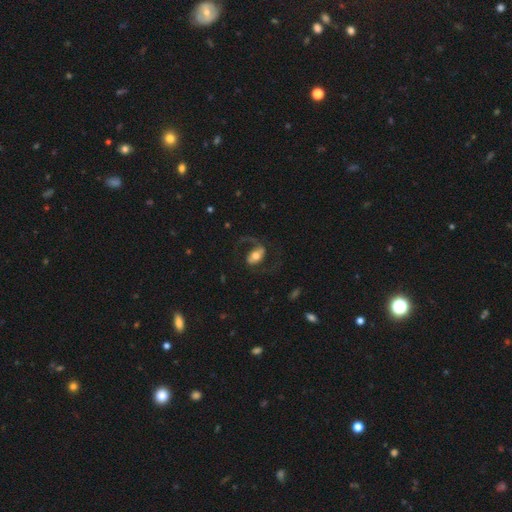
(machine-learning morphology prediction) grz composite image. It shows a featured or disk galaxy (73%) with a strong bar (36%), 2 (85%) loose (51%) spiral arms (88%) and a moderate central bulge (65%). Merging: none (63%).